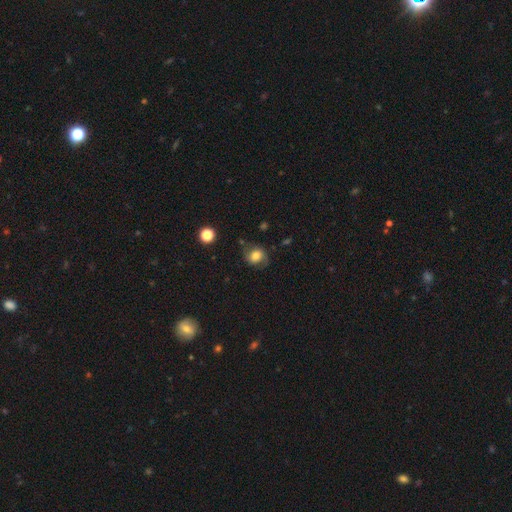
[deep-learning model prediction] This is possibly a smooth galaxy (58%). How rounded: likely round (68%). Merging: likely none (67%).